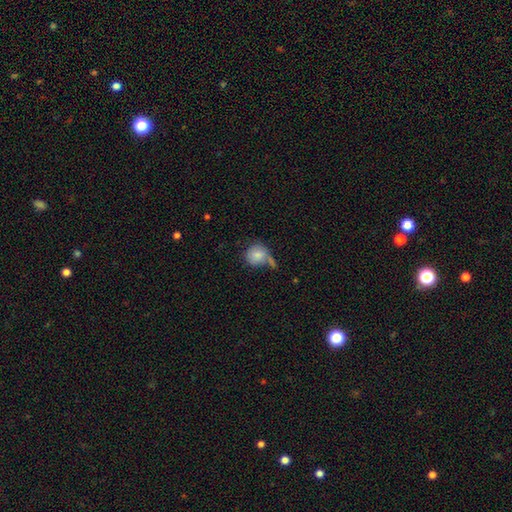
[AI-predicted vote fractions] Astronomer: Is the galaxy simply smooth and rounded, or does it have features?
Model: smooth — 77%.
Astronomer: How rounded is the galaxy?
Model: round — 77%.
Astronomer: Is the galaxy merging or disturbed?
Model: none — 38% (runner-up: minor disturbance, 23%).